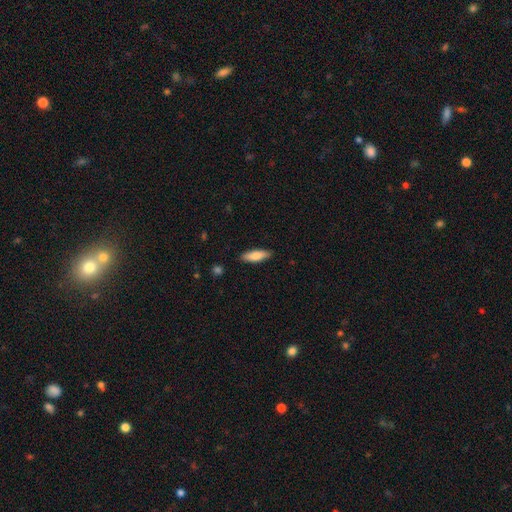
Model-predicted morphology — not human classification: Smooth or featured?
  - smooth: 79% *
  - featured or disk: 15%
  - star or artifact: 6%
How rounded?
  - in between: 51% *
  - cigar-shaped: 47%
  - round: 2%
Merging?
  - none: 88% *
  - minor disturbance: 9%
  - major disturbance: 2%
  - merger: 1%